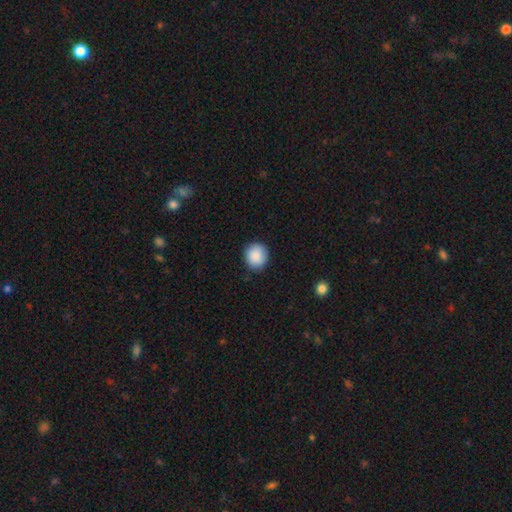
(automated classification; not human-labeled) This appears to be a smooth galaxy with no disk features (89%) that is round (88%). Merging: none (88%).